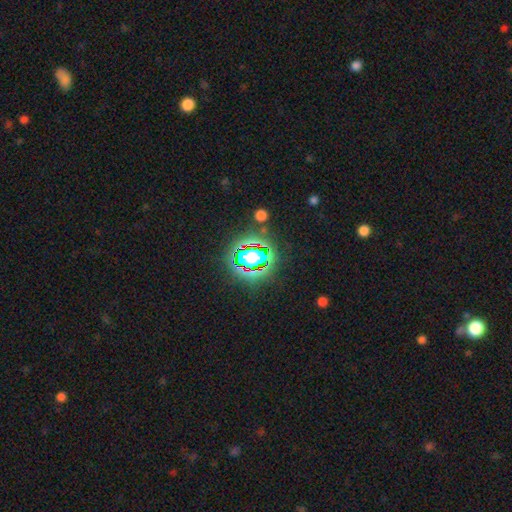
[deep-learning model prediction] Smooth or featured?
  - star or artifact: 62% *
  - smooth: 25%
  - featured or disk: 13%